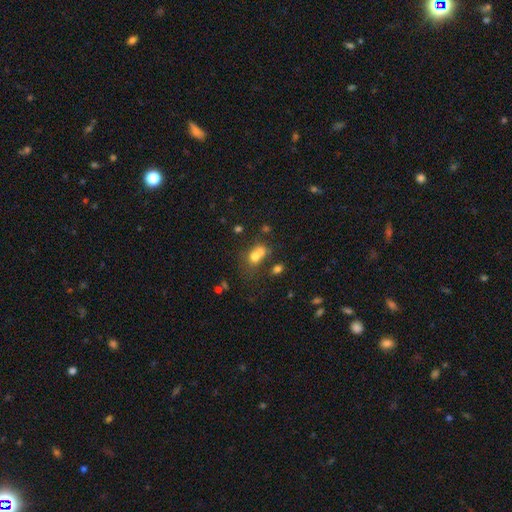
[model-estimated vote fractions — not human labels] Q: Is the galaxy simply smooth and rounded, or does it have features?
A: smooth — 67%.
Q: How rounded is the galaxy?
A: round — 58%.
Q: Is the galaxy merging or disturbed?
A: merger — 57%.